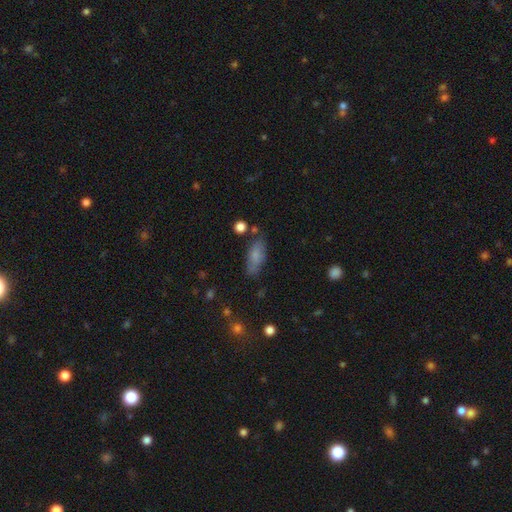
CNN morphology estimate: Smooth or featured?
  - smooth: 78% *
  - featured or disk: 14%
  - star or artifact: 8%
How rounded?
  - in between: 79% *
  - cigar-shaped: 18%
  - round: 3%
Merging?
  - none: 73% *
  - minor disturbance: 18%
  - major disturbance: 5%
  - merger: 4%